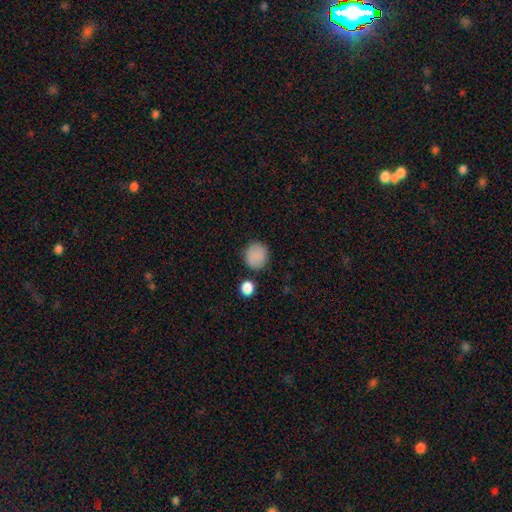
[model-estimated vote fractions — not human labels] Smooth or featured? Predicted: smooth (p=0.86). How rounded? Predicted: round (p=0.80). Merging? Predicted: none (p=0.79).